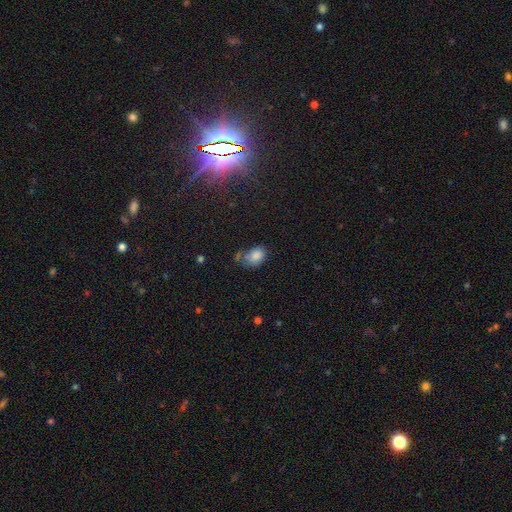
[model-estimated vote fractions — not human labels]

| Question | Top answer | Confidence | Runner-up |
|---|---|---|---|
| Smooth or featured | smooth | 82% | star or artifact (10%) |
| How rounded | in between | 73% | round (26%) |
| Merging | none | 48% | minor disturbance (30%) |